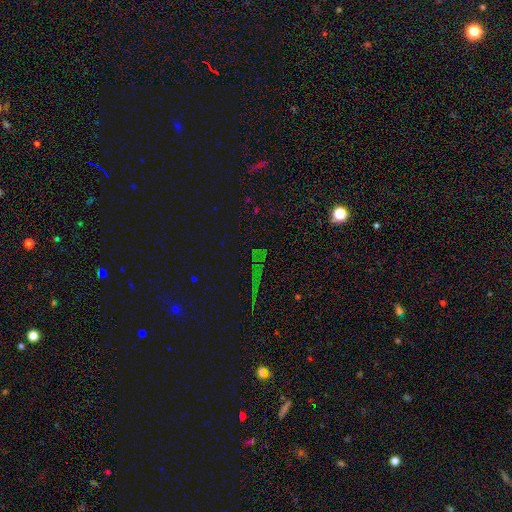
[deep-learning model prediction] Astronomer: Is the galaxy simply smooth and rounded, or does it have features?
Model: star or artifact — 76%.